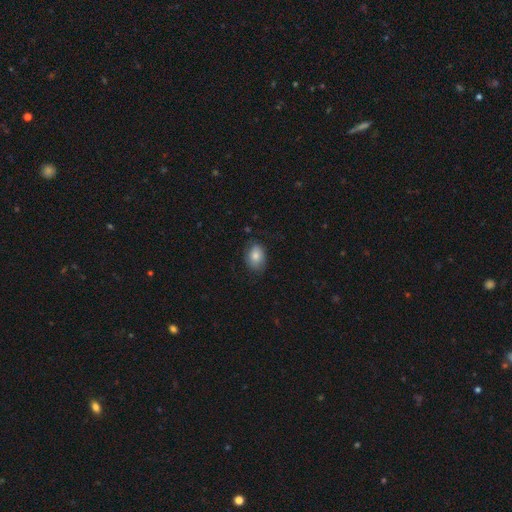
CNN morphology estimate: This is clearly a smooth galaxy (81%). How rounded: likely in between (79%). Merging: likely none (75%).